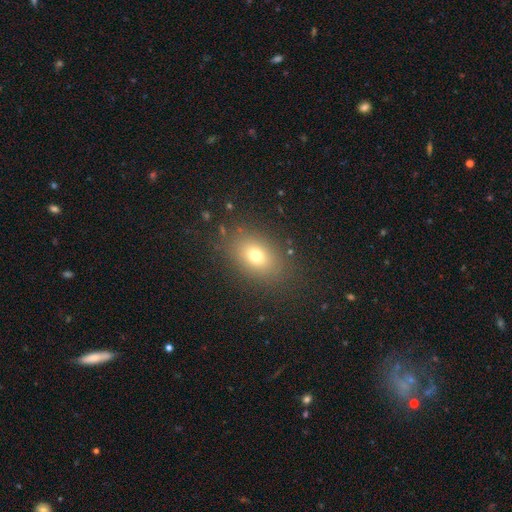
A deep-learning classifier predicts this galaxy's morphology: A smooth galaxy with no disk features (71%) that is in between round and cigar-shaped (68%). Merging: none (83%).